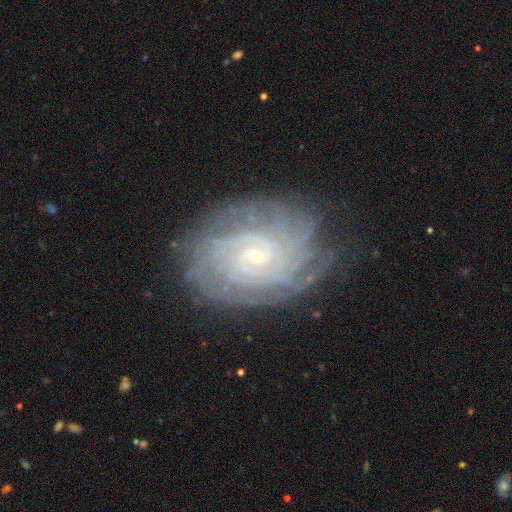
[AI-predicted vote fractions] smooth_or_featured: featured or disk (p=0.86) [alt: smooth p=0.07]
disk_edge_on: no (p=0.97) [alt: yes p=0.03]
bar: no (p=0.63) [alt: weak p=0.30]
has_spiral_arms: yes (p=0.97) [alt: no p=0.03]
spiral_winding: tight (p=0.80) [alt: medium p=0.16]
spiral_arm_count: can't tell (p=0.35) [alt: 4 p=0.19]
bulge_size: small (p=0.77) [alt: moderate p=0.18]
merging: none (p=0.76) [alt: minor disturbance p=0.17]